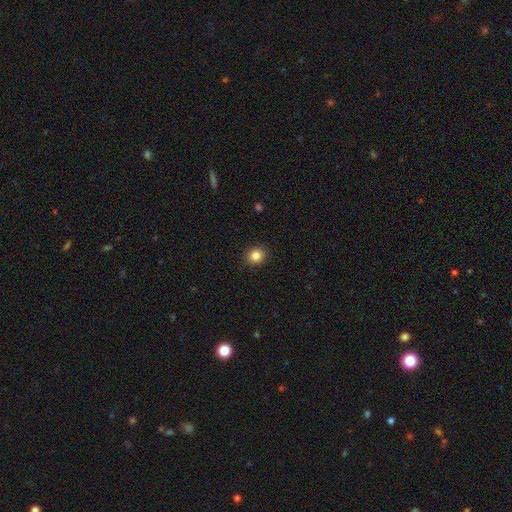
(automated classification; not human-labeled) This appears to be a smooth galaxy with no disk features (83%) that is round (85%). Merging: none (92%).